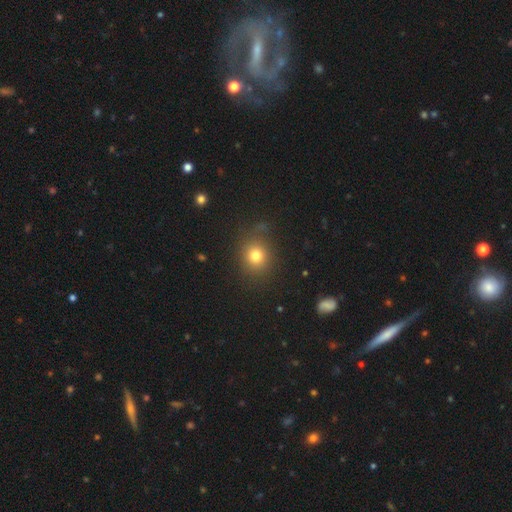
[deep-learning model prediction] smooth_or_featured: smooth (p=0.77) [alt: star or artifact p=0.15]
how_rounded: round (p=0.78) [alt: in between p=0.21]
merging: none (p=0.80) [alt: minor disturbance p=0.12]